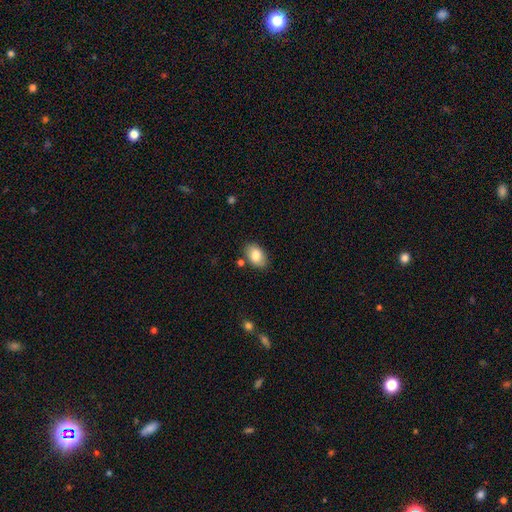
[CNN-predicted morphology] smooth-or-featured: smooth: 82% | featured or disk: 11% | star or artifact: 7%
  how-rounded: in between: 89% | round: 10% | cigar-shaped: 1%
  merging: none: 81% | minor disturbance: 12% | merger: 4% | major disturbance: 2%